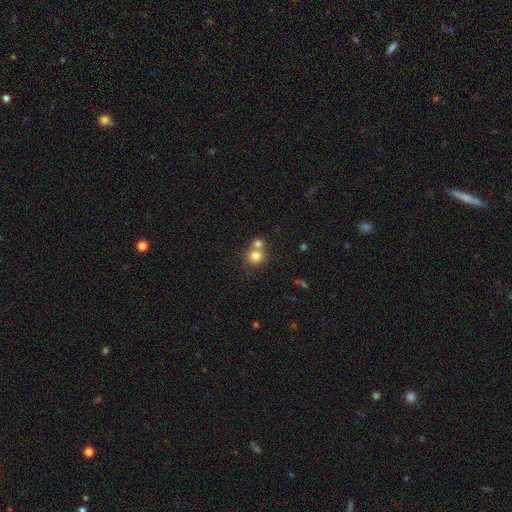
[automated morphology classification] smooth_or_featured: smooth (p=0.79) [alt: star or artifact p=0.11]
how_rounded: round (p=0.82) [alt: in between p=0.17]
merging: merger (p=0.48) [alt: none p=0.43]